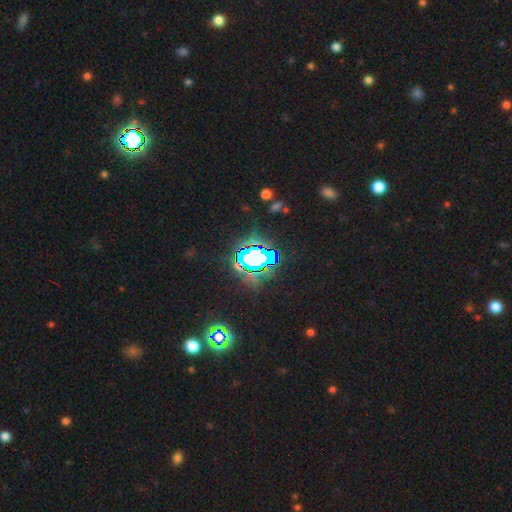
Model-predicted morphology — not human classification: Q: Smooth or featured?
A: star or artifact (70%); runner-up: smooth (17%)